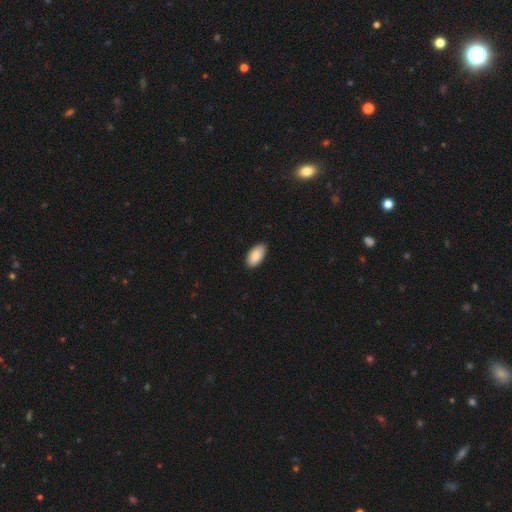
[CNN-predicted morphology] Smooth or featured?
  - smooth: 86% *
  - featured or disk: 8%
  - star or artifact: 6%
How rounded?
  - in between: 95% *
  - cigar-shaped: 2%
  - round: 2%
Merging?
  - none: 87% *
  - minor disturbance: 10%
  - major disturbance: 2%
  - merger: 1%